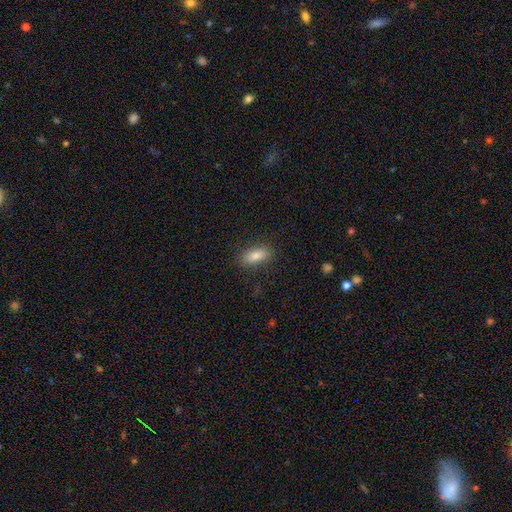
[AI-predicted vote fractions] smooth_or_featured: smooth (p=0.83) [alt: featured or disk p=0.09]
how_rounded: in between (p=0.79) [alt: cigar-shaped p=0.18]
merging: none (p=0.87) [alt: minor disturbance p=0.10]